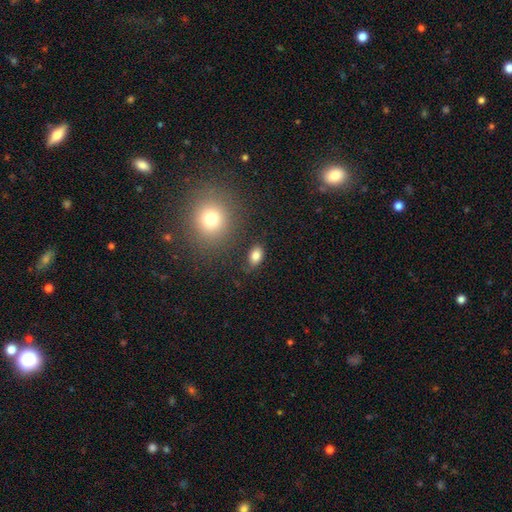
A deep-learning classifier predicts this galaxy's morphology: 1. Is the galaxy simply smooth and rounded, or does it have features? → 83% smooth, 10% star or artifact, 7% featured or disk.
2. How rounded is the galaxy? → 85% in between, 14% round, 2% cigar-shaped.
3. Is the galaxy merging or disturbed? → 81% none, 12% minor disturbance, 4% major disturbance, 3% merger.